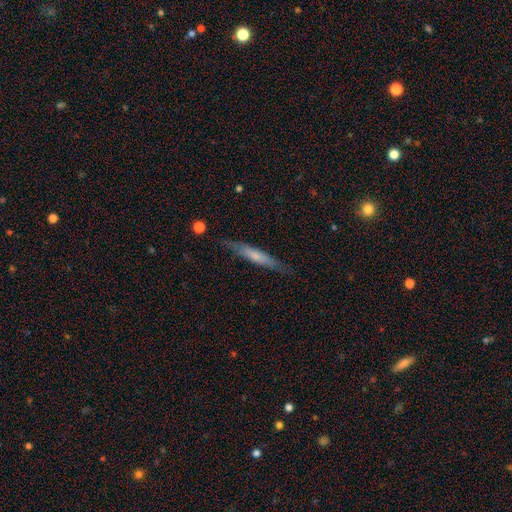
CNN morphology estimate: This appears to be a smooth galaxy with no disk features (56%) that is cigar-shaped (91%). Merging: none (80%).